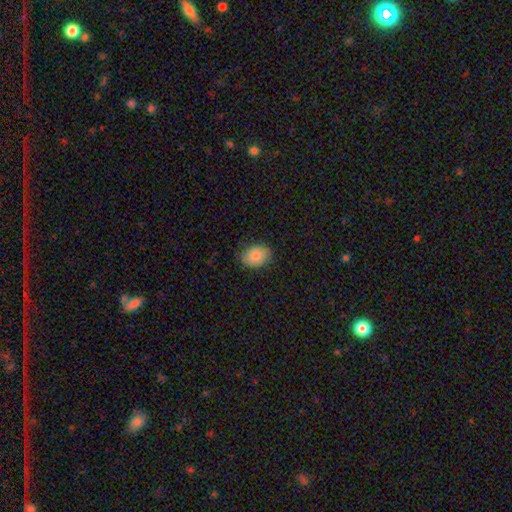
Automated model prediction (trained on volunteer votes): Smooth or featured: smooth — 84% (featured or disk — 8%)
How rounded: in between — 66% (round — 33%)
Merging: none — 81% (minor disturbance — 15%)